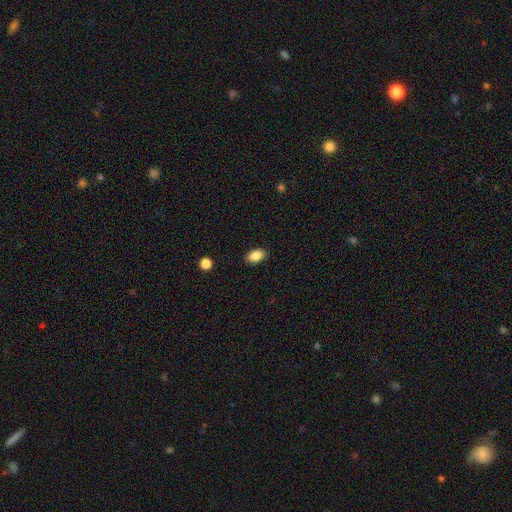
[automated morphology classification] smooth-or-featured: smooth: 86% | star or artifact: 8% | featured or disk: 6%
  how-rounded: in between: 90% | round: 9% | cigar-shaped: 2%
  merging: none: 88% | minor disturbance: 9% | major disturbance: 2% | merger: 1%